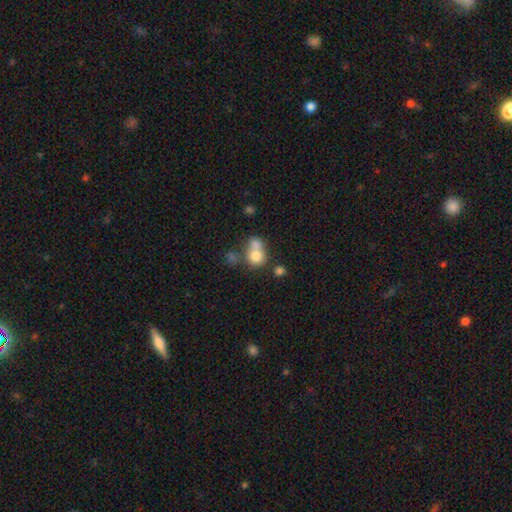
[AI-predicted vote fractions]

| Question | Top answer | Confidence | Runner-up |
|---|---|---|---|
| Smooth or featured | smooth | 75% | featured or disk (14%) |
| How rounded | round | 75% | in between (24%) |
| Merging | merger | 54% | none (33%) |